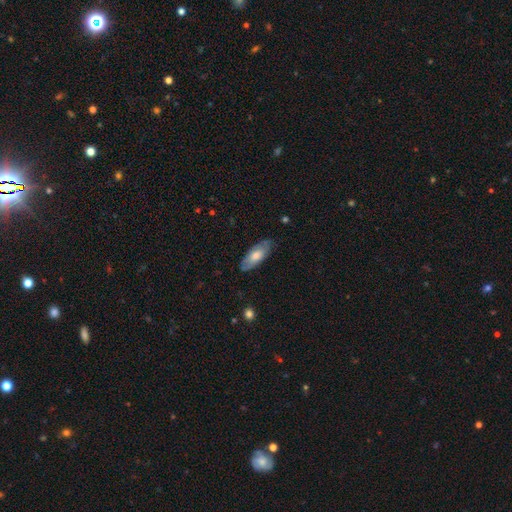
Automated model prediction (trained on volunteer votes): Smooth or featured? smooth (58%)
How rounded? in between (81%)
Merging? none (78%)